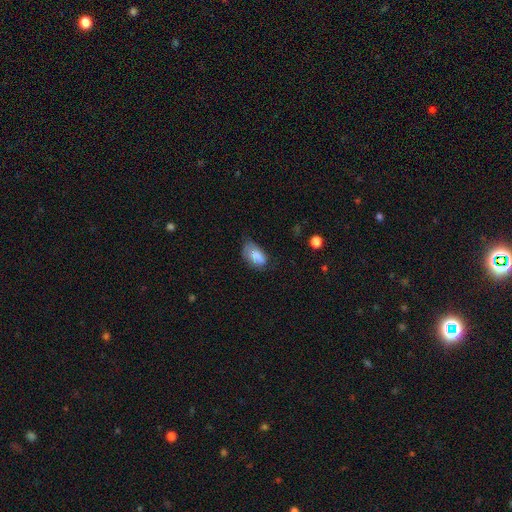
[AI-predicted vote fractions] Smooth or featured? smooth (81%)
How rounded? in between (92%)
Merging? none (44%)